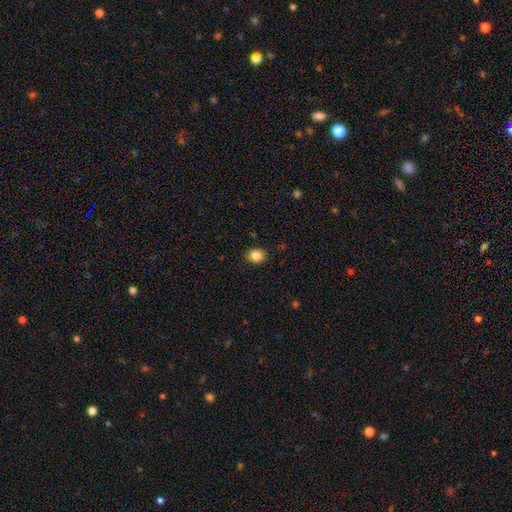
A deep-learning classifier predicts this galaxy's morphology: This is clearly a smooth galaxy (85%). How rounded: likely round (66%). Merging: clearly none (88%).